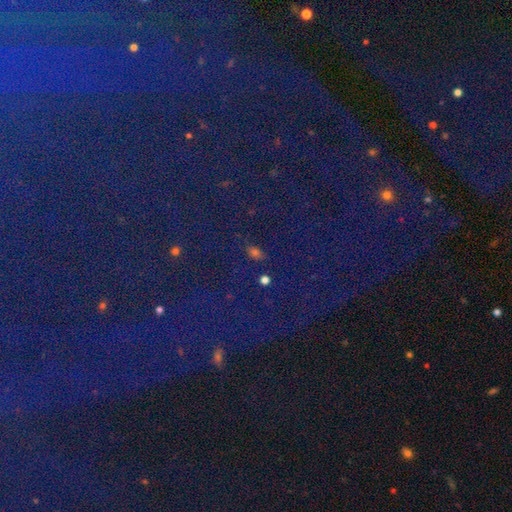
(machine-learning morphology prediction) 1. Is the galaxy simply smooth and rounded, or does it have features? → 84% star or artifact, 8% smooth, 8% featured or disk.